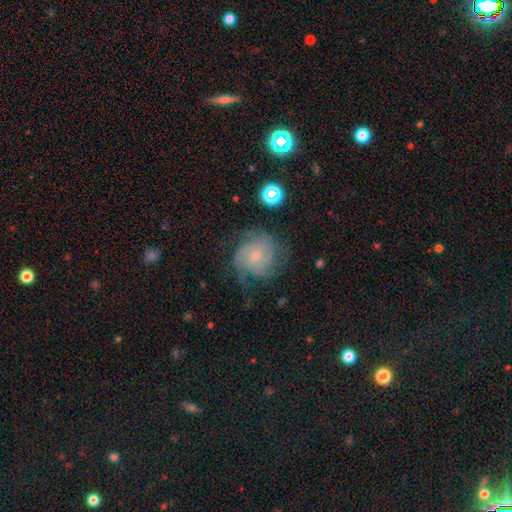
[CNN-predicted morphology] smooth-or-featured: featured or disk: 70% | smooth: 22% | star or artifact: 9%
  disk-edge-on: no: 98% | yes: 2%
    bar: no: 77% | weak: 20% | strong: 3%
    has-spiral-arms: yes: 89% | no: 11%
      spiral-winding: tight: 52% | medium: 35% | loose: 13%
      spiral-arm-count: can't tell: 35% | 3: 23% | 2: 21% | 4: 10% | 1: 6% | more than 4: 5%
    bulge-size: small: 68% | moderate: 24% | none: 5% | large: 2% | dominant: 1%
  merging: none: 58% | minor disturbance: 23% | major disturbance: 17% | merger: 2%